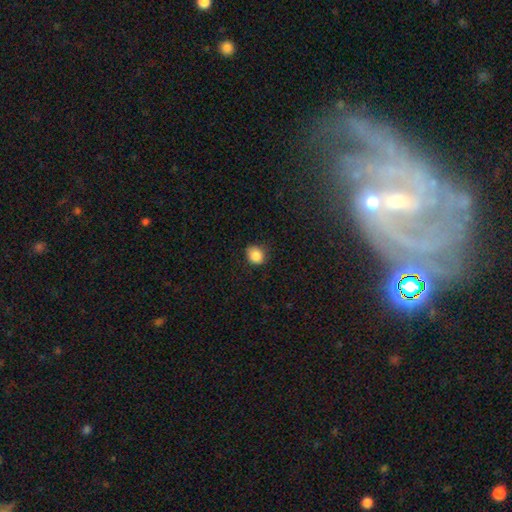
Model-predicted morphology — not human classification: The model was most divided on "how rounded": round: 74%, in between: 25%, cigar-shaped: 1%. More confident: smooth or featured — smooth (86%); merging — none (74%).